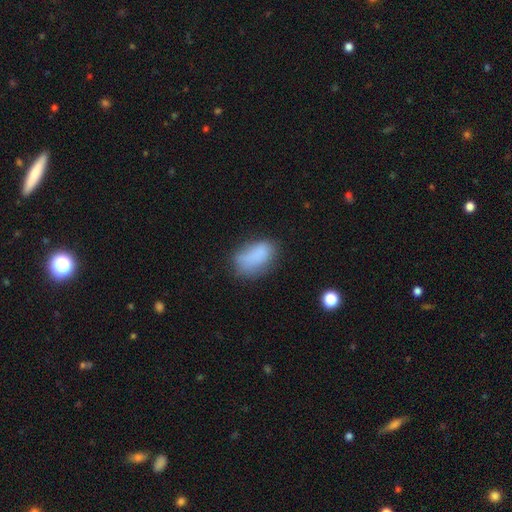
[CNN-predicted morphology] smooth_or_featured: smooth (p=0.78) [alt: featured or disk p=0.12]
how_rounded: in between (p=0.90) [alt: round p=0.07]
merging: none (p=0.50) [alt: minor disturbance p=0.31]